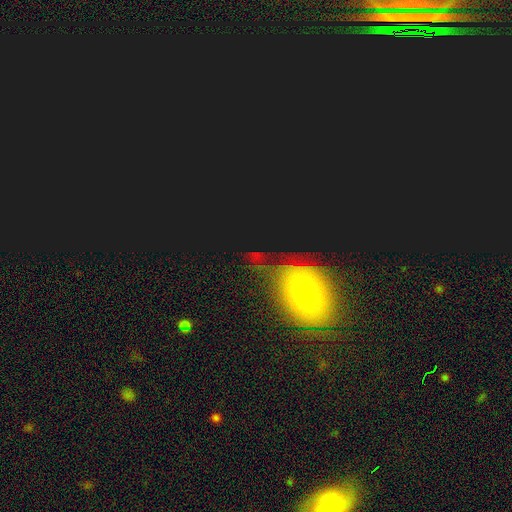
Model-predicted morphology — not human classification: Smooth or featured? star or artifact (62%)